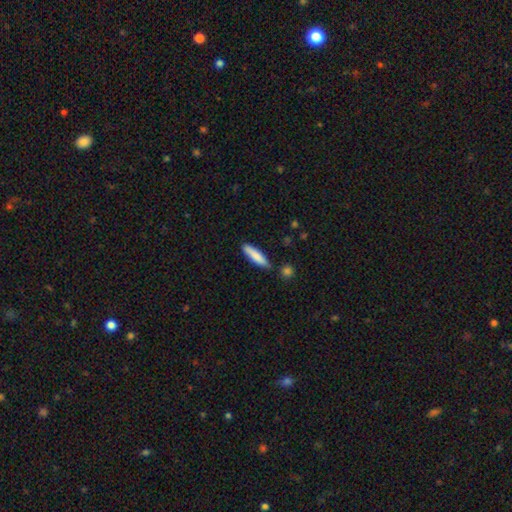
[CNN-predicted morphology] Q: Smooth or featured?
A: smooth (82%); runner-up: featured or disk (12%)
Q: How rounded?
A: cigar-shaped (81%); runner-up: in between (18%)
Q: Merging?
A: none (80%); runner-up: minor disturbance (13%)